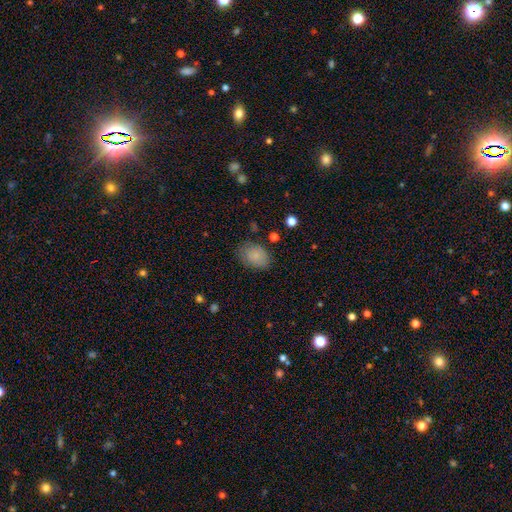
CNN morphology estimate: Smooth or featured: smooth — 82% (featured or disk — 10%)
How rounded: in between — 74% (round — 25%)
Merging: none — 75% (minor disturbance — 18%)